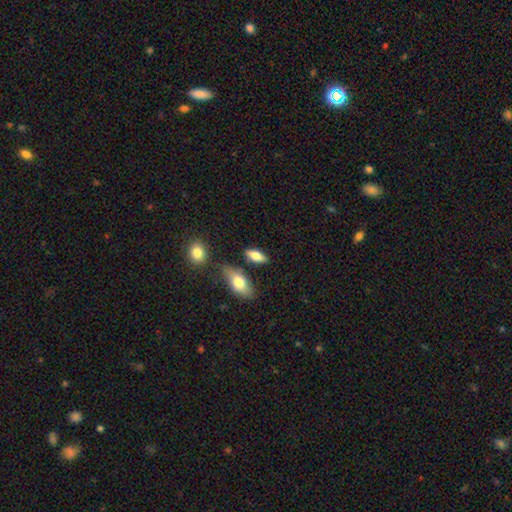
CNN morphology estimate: Smooth or featured?
  - smooth: 69% *
  - featured or disk: 24%
  - star or artifact: 7%
How rounded?
  - in between: 75% *
  - cigar-shaped: 21%
  - round: 5%
Merging?
  - none: 77% *
  - minor disturbance: 11%
  - merger: 8%
  - major disturbance: 3%